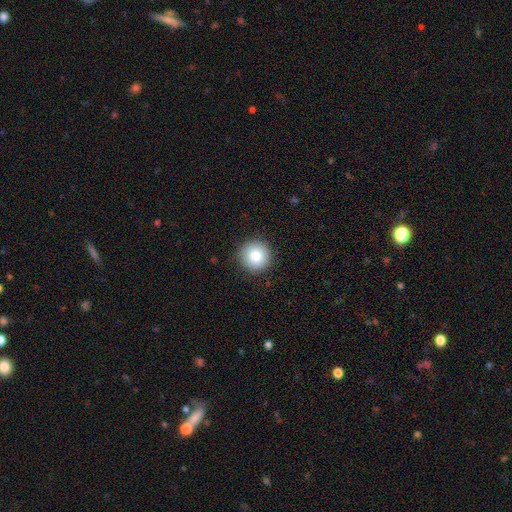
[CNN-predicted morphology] smooth_or_featured: smooth (p=0.84) [alt: star or artifact p=0.09]
how_rounded: round (p=0.95) [alt: in between p=0.04]
merging: none (p=0.90) [alt: minor disturbance p=0.07]